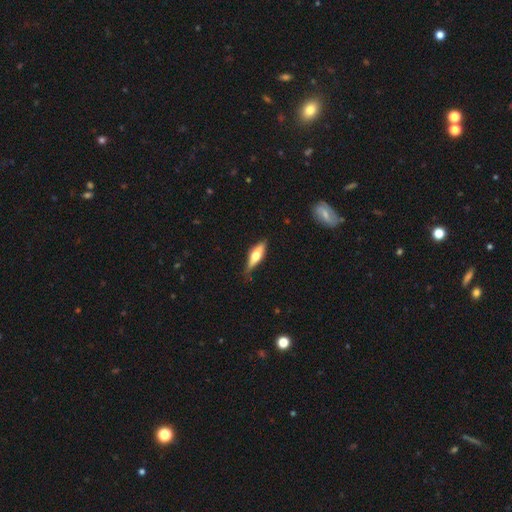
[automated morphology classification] featured or disk 48%, smooth 46%, star or artifact 6%. Down the decision tree: merging — none (76%).